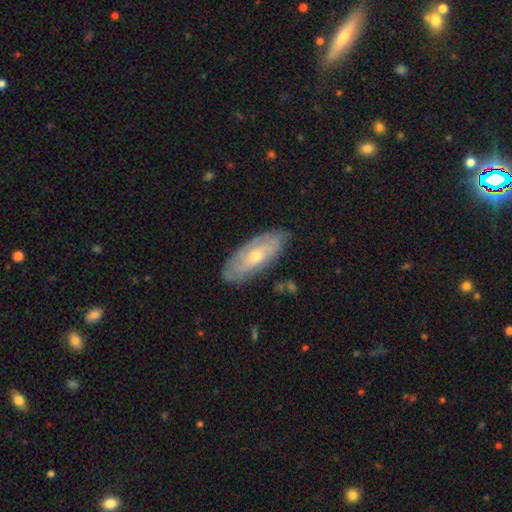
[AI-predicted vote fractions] smooth_or_featured: featured or disk (p=0.59) [alt: smooth p=0.35]
disk_edge_on: no (p=0.82) [alt: yes p=0.18]
merging: none (p=0.81) [alt: minor disturbance p=0.15]